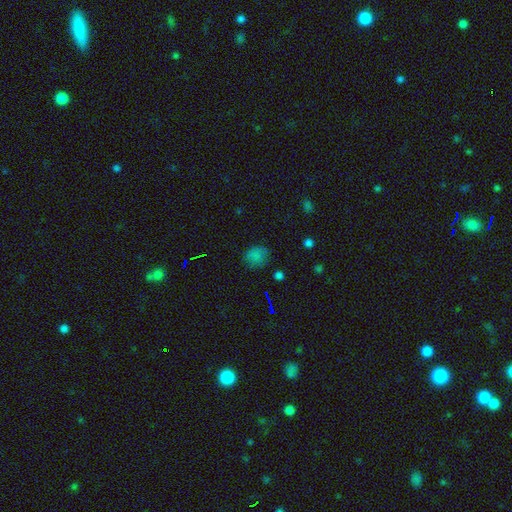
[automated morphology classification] type=smooth (72%); roundness=round (63%); merging=none (75%).